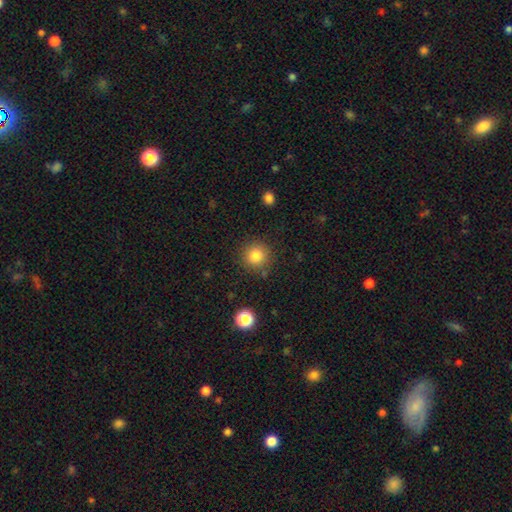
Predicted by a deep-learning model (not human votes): Morphology: type=smooth (83%); roundness=round (93%); merging=none (86%).